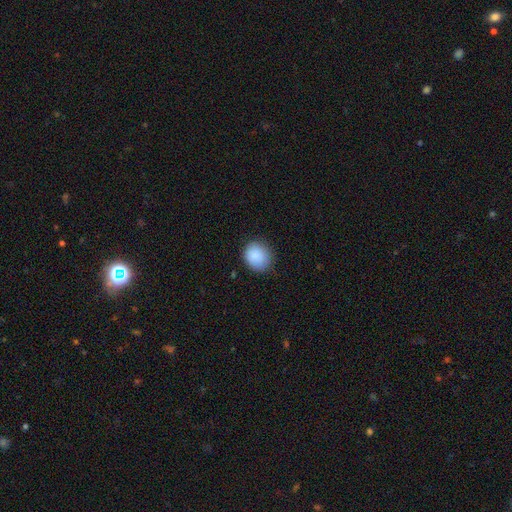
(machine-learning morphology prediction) Overall: smooth (89%). How rounded: round (74%). Merging: none (81%).